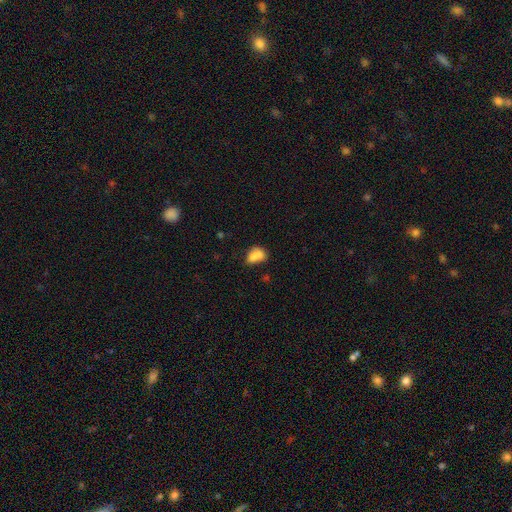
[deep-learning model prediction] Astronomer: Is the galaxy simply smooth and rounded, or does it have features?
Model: smooth — 73%.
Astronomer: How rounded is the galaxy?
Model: in between — 69%.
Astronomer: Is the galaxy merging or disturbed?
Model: merger — 54%.